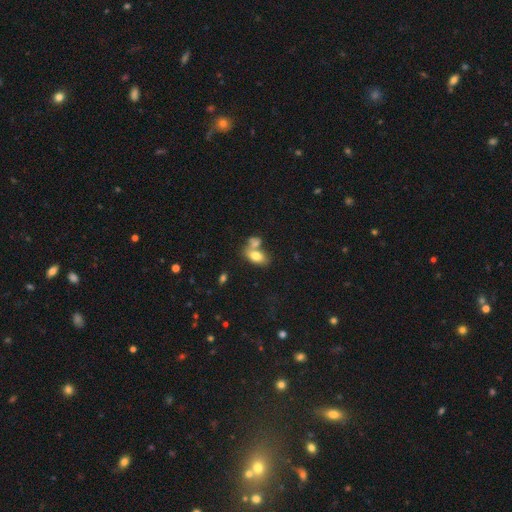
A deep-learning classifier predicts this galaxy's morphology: smooth_or_featured: smooth (p=0.78) [alt: featured or disk p=0.14]
how_rounded: in between (p=0.89) [alt: round p=0.08]
merging: merger (p=0.49) [alt: none p=0.34]